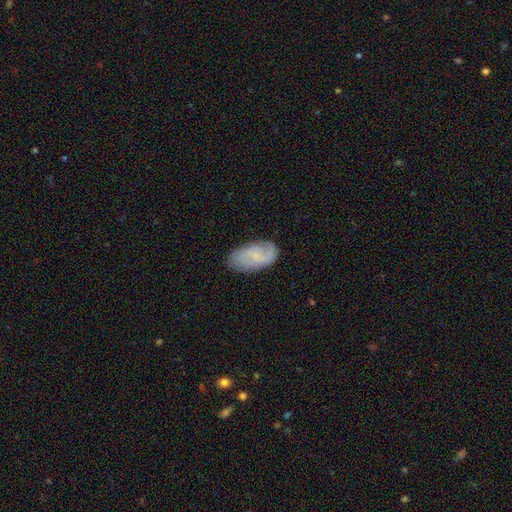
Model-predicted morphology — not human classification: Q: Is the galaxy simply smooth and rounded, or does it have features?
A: featured or disk — 53%.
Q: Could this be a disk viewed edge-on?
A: no — 96%.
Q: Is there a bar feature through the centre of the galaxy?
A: no — 56%.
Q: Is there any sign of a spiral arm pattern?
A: yes — 87%.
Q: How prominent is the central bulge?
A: small — 56%.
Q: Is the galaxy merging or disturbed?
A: none — 68%.